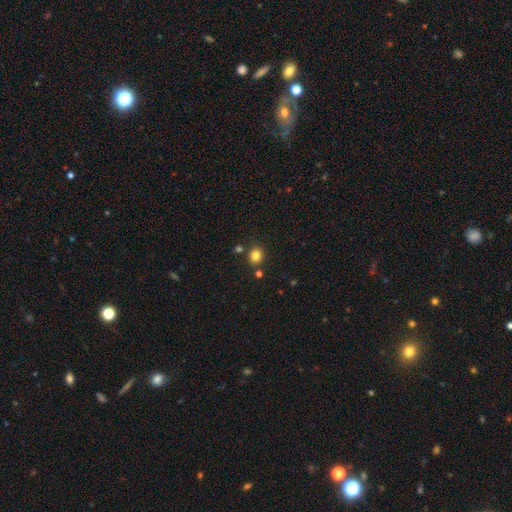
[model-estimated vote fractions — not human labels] Q: Smooth or featured?
A: smooth (82%); runner-up: star or artifact (13%)
Q: How rounded?
A: round (76%); runner-up: in between (23%)
Q: Merging?
A: none (82%); runner-up: minor disturbance (9%)